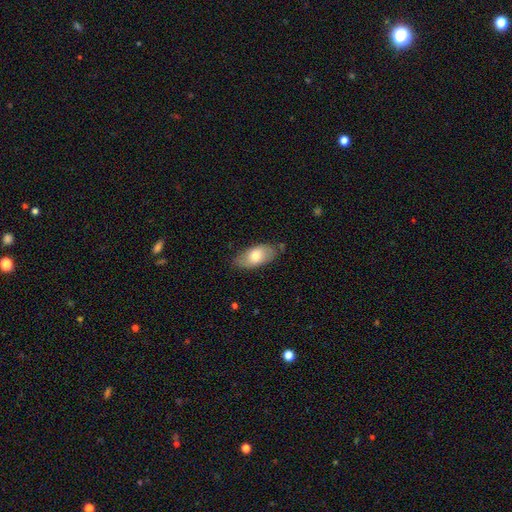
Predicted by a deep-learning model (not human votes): Smooth or featured: smooth — 72% (featured or disk — 22%)
How rounded: in between — 93% (cigar-shaped — 4%)
Merging: none — 76% (minor disturbance — 18%)